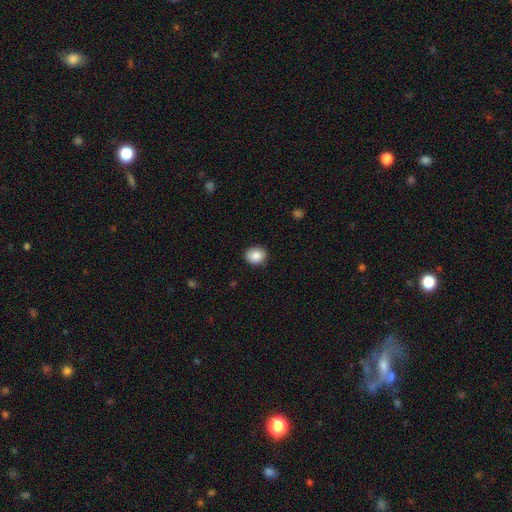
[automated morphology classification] This appears to be a smooth galaxy with no disk features (87%) that is round (69%). Merging: none (88%).